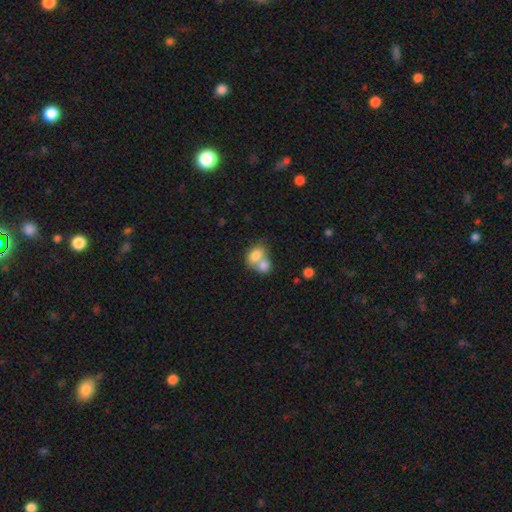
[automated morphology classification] Overall: smooth (79%). How rounded: in between (73%). Merging: merger (67%).